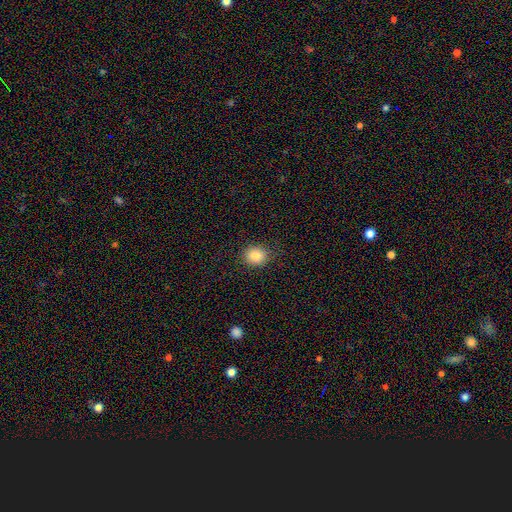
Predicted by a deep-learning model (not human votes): The model was most divided on "how rounded": round: 77%, in between: 22%, cigar-shaped: 1%. More confident: merging — none (85%); smooth or featured — smooth (85%).